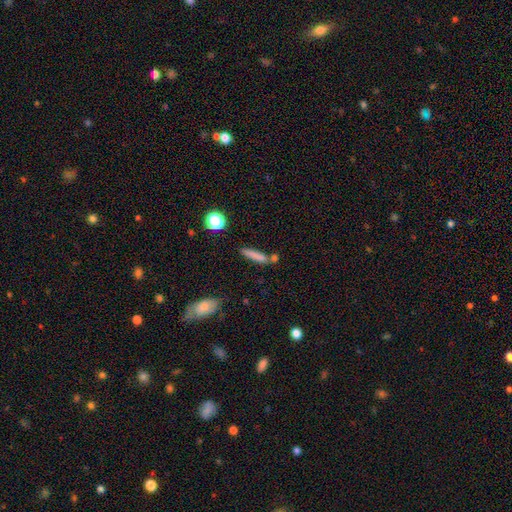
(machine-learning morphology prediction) A smooth galaxy with no disk features (76%) that is cigar-shaped (86%).

Vote fractions:
- Smooth or featured? smooth: 76% / featured or disk: 15% / star or artifact: 9%
- How rounded? cigar-shaped: 86% / in between: 12% / round: 3%
- Merging? none: 65% / merger: 18% / minor disturbance: 13% / major disturbance: 4%